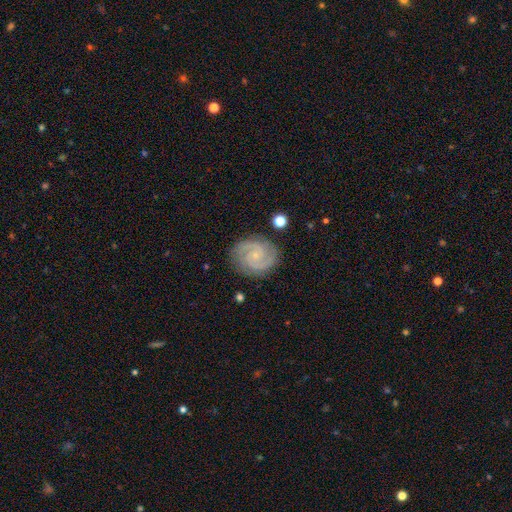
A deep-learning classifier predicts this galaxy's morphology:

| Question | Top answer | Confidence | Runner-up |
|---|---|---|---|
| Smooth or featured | featured or disk | 89% | smooth (6%) |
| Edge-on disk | no | 98% | yes (2%) |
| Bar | no | 68% | weak (27%) |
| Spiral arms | yes | 98% | no (2%) |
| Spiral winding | tight | 52% | medium (41%) |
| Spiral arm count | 2 | 74% | 3 (14%) |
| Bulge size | small | 81% | moderate (12%) |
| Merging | none | 84% | minor disturbance (11%) |